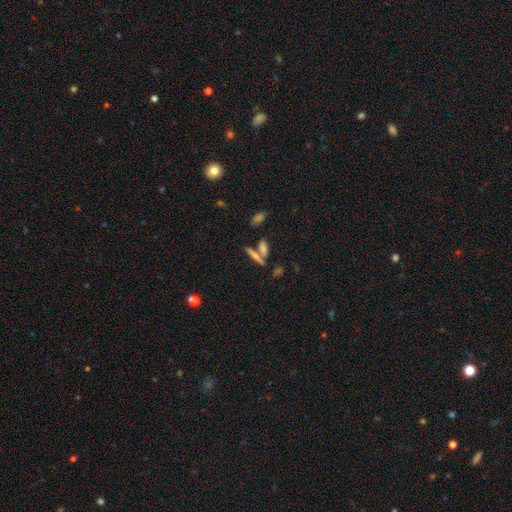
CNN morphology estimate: Smooth or featured? Predicted: smooth (p=0.58). How rounded? Predicted: cigar-shaped (p=0.73). Merging? Predicted: none (p=0.61).